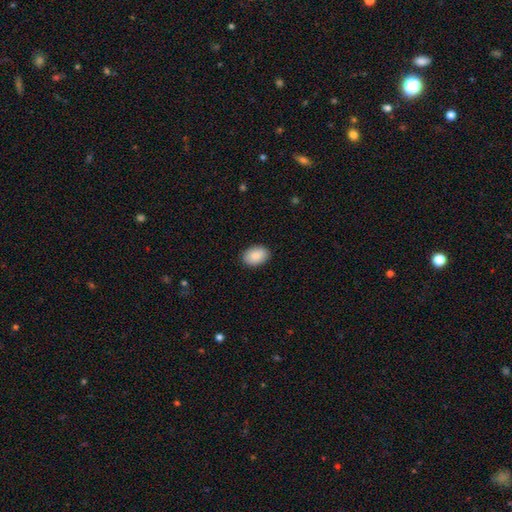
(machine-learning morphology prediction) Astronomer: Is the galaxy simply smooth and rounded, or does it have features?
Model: smooth — 89%.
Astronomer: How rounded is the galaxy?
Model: in between — 85%.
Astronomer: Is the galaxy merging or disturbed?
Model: none — 89%.